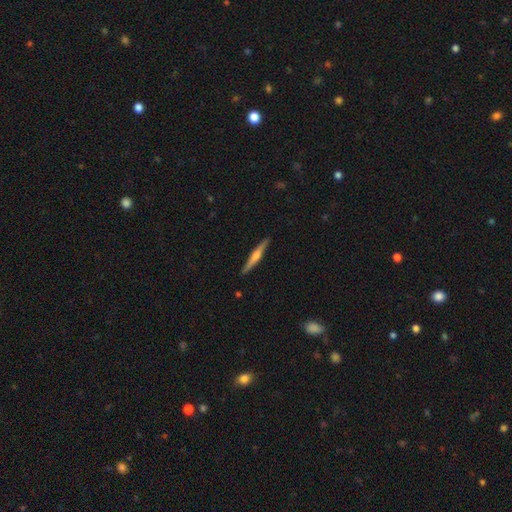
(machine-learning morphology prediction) smooth_or_featured: featured or disk (p=0.63) [alt: smooth p=0.31]
disk_edge_on: yes (p=0.98) [alt: no p=0.02]
edge_on_bulge: rounded (p=0.77) [alt: none p=0.12]
merging: none (p=0.91) [alt: minor disturbance p=0.07]